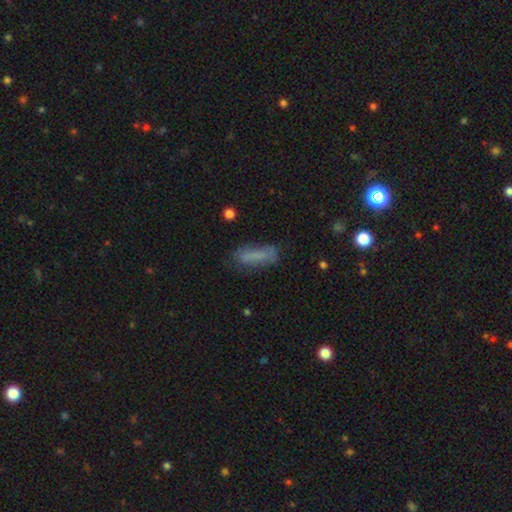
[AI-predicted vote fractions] Smooth or featured?
  - smooth: 68% *
  - featured or disk: 21%
  - star or artifact: 11%
How rounded?
  - cigar-shaped: 58% *
  - in between: 40%
  - round: 2%
Merging?
  - none: 60% *
  - minor disturbance: 24%
  - major disturbance: 11%
  - merger: 4%